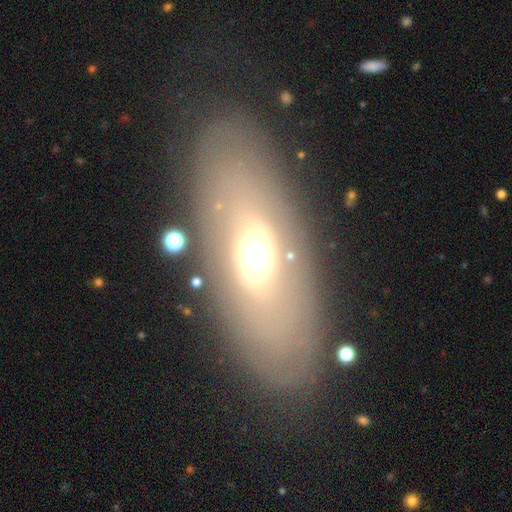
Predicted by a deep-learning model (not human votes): A featured or disk galaxy (49%). Merging: none (81%).